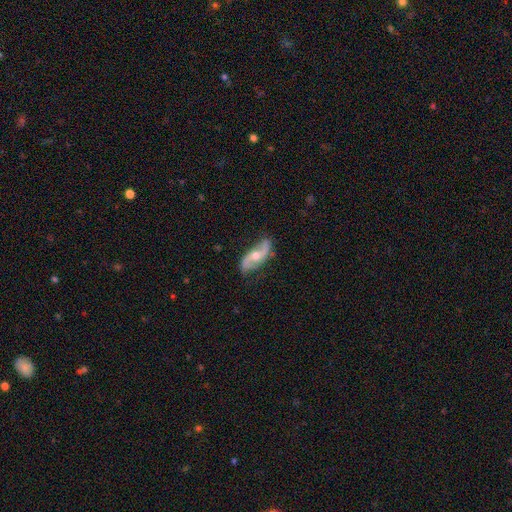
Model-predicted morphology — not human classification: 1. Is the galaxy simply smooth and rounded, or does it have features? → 80% featured or disk, 14% smooth, 5% star or artifact.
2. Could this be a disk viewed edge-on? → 90% no, 10% yes.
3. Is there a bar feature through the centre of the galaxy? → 58% no, 31% weak, 12% strong.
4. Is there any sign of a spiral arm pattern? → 92% yes, 8% no.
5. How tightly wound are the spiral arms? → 66% loose, 25% medium, 9% tight.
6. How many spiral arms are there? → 92% 2, 4% can't tell, 2% 1, 1% 3, 1% 4, 1% more than 4.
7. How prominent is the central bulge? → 70% moderate, 24% small, 4% large, 1% none, 1% dominant.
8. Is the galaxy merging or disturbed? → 77% none, 17% minor disturbance, 5% major disturbance, 1% merger.